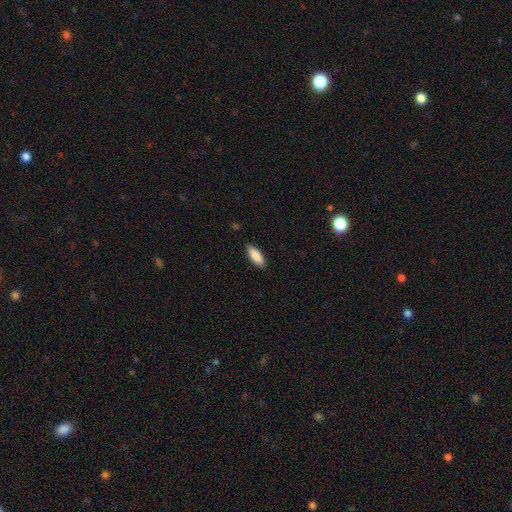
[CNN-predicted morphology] smooth 87%, featured or disk 7%, star or artifact 6%. Down the decision tree: how rounded — in between (69%); merging — none (88%).